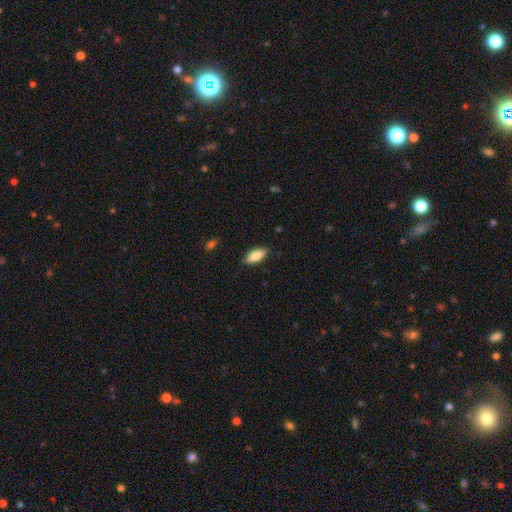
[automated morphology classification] Overall: smooth (83%). How rounded: in between (85%). Merging: none (85%).